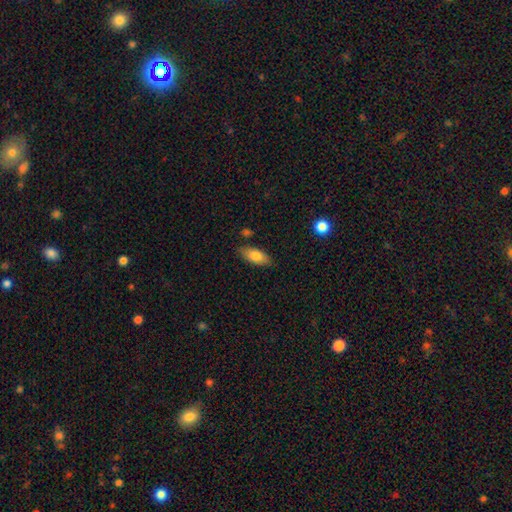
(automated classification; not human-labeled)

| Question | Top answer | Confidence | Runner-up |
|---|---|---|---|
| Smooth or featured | smooth | 80% | featured or disk (13%) |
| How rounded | in between | 87% | cigar-shaped (10%) |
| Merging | none | 82% | minor disturbance (13%) |